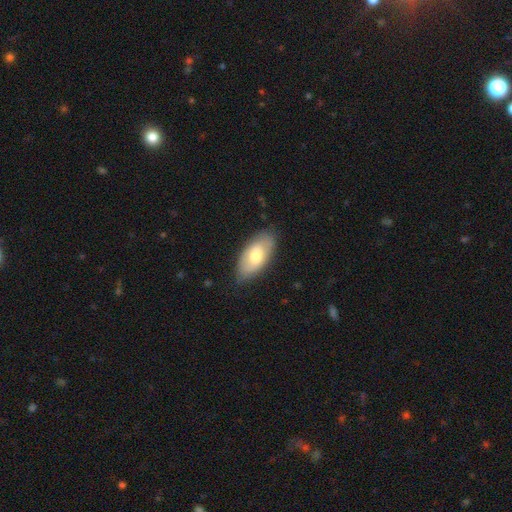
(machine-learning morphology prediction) Smooth or featured? Predicted: smooth (p=0.69). How rounded? Predicted: in between (p=0.93). Merging? Predicted: none (p=0.79).